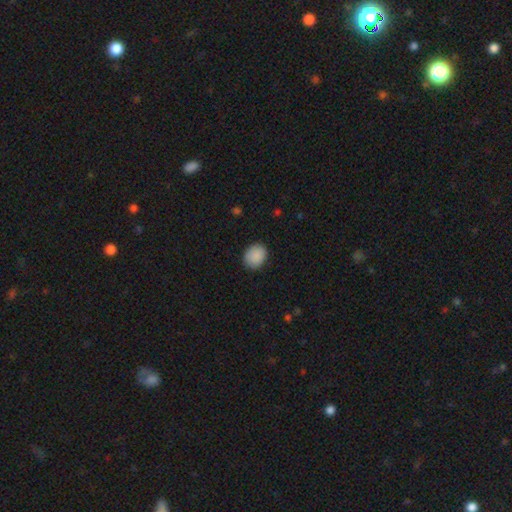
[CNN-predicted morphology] Smooth or featured? Predicted: smooth (p=0.89). How rounded? Predicted: round (p=0.53). Merging? Predicted: none (p=0.87).